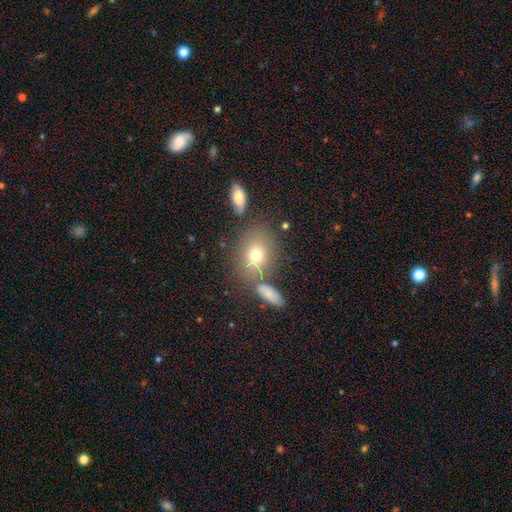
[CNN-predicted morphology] type=smooth (71%); roundness=in between (58%); merging=none (66%).